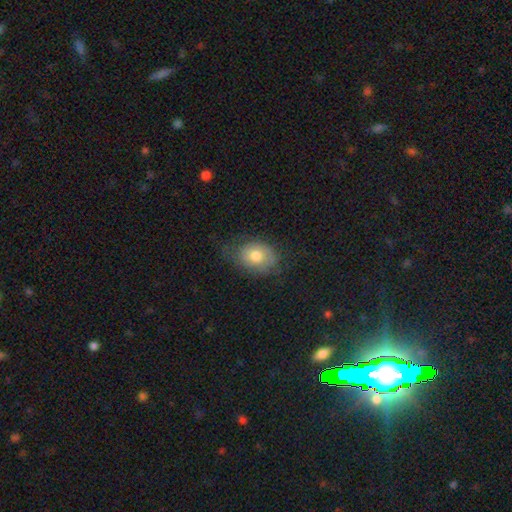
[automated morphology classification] Smooth or featured?
  - smooth: 71% *
  - featured or disk: 21%
  - star or artifact: 8%
How rounded?
  - in between: 69% *
  - round: 30%
  - cigar-shaped: 1%
Merging?
  - none: 58% *
  - minor disturbance: 28%
  - major disturbance: 12%
  - merger: 1%